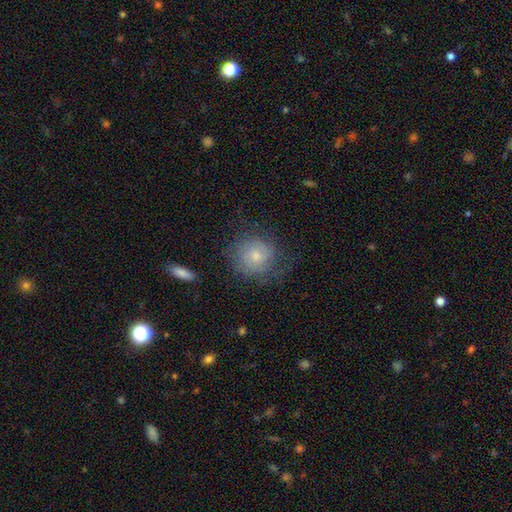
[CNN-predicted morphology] Smooth or featured? Predicted: smooth (p=0.47). Merging? Predicted: none (p=0.68).